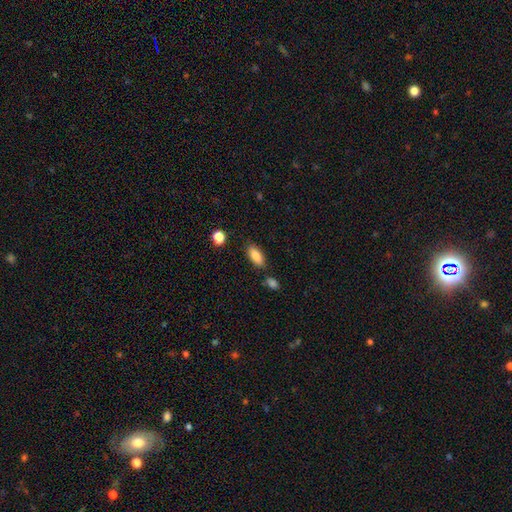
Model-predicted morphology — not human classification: Q: Smooth or featured?
A: smooth (83%); runner-up: featured or disk (10%)
Q: How rounded?
A: in between (83%); runner-up: cigar-shaped (15%)
Q: Merging?
A: none (81%); runner-up: minor disturbance (11%)